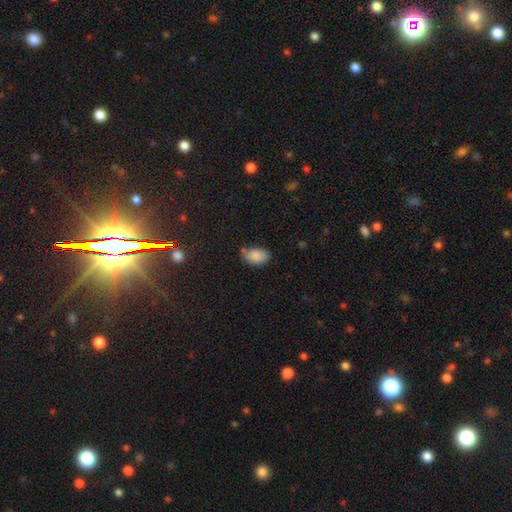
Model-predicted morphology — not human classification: This appears to be a smooth galaxy with no disk features (87%) that is in between round and cigar-shaped (88%). Merging: none (64%).